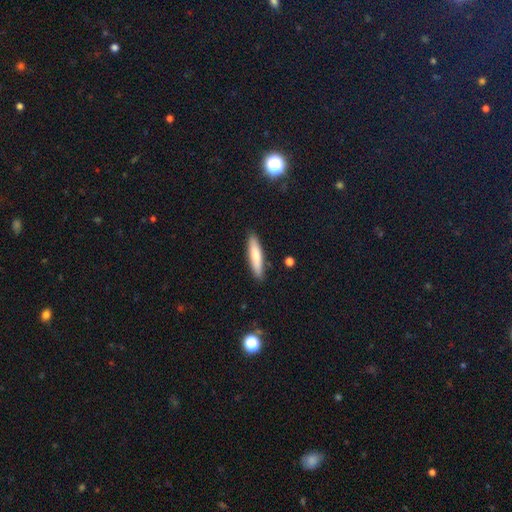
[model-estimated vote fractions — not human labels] A smooth galaxy with no disk features (75%) that is cigar-shaped (82%).

Vote fractions:
- Smooth or featured? smooth: 75% / featured or disk: 20% / star or artifact: 6%
- How rounded? cigar-shaped: 82% / in between: 16% / round: 1%
- Merging? none: 88% / minor disturbance: 9% / major disturbance: 2% / merger: 2%